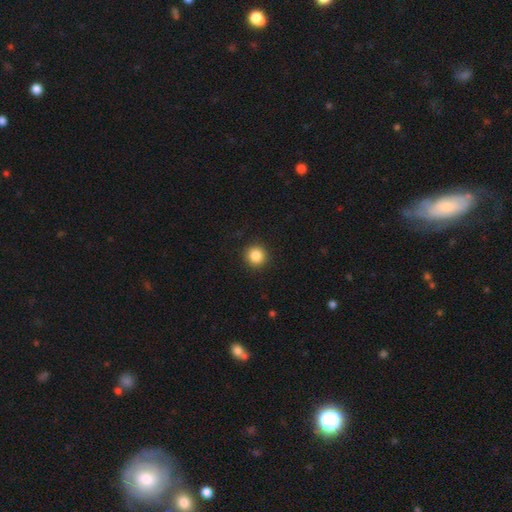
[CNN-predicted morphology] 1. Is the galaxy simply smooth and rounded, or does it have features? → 86% smooth, 10% star or artifact, 4% featured or disk.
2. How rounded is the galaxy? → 94% round, 5% in between, 1% cigar-shaped.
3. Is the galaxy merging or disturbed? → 92% none, 5% minor disturbance, 2% major disturbance, 1% merger.